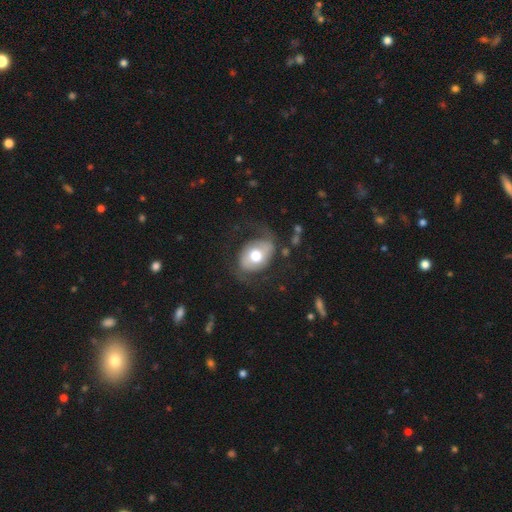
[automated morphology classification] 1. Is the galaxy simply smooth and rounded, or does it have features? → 55% featured or disk, 38% smooth, 6% star or artifact.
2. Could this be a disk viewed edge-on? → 96% no, 4% yes.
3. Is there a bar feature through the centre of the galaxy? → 65% no, 24% weak, 11% strong.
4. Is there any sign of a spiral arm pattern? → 70% yes, 30% no.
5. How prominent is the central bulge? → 64% moderate, 27% large, 5% small, 3% dominant, 1% none.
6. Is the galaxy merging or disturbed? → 58% none, 22% major disturbance, 19% minor disturbance, 2% merger.